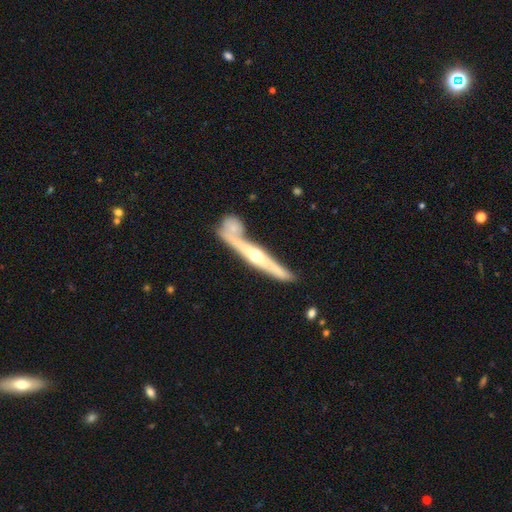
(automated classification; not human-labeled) This is likely a featured or disk galaxy (75%). It is clearly viewed edge-on (93%). Edge-on bulge: clearly rounded (90%). Merging: possibly none (58%).